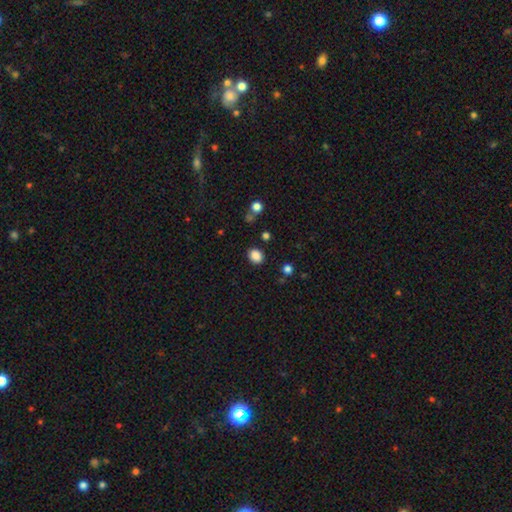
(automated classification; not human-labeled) Smooth or featured? Predicted: smooth (p=0.86). How rounded? Predicted: round (p=0.53). Merging? Predicted: none (p=0.86).